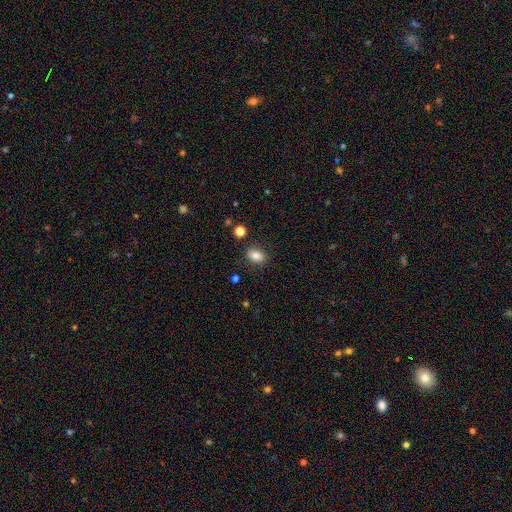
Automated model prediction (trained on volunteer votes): A smooth galaxy with no disk features (83%) that is in between round and cigar-shaped (80%). Merging: none (83%).